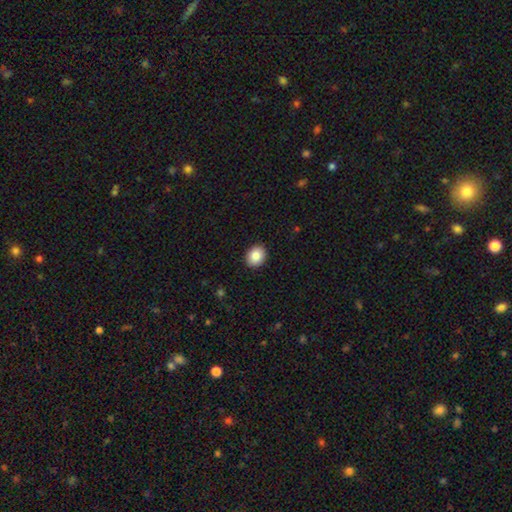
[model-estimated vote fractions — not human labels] smooth_or_featured: smooth (p=0.86) [alt: star or artifact p=0.08]
how_rounded: round (p=0.55) [alt: in between p=0.45]
merging: none (p=0.91) [alt: minor disturbance p=0.06]